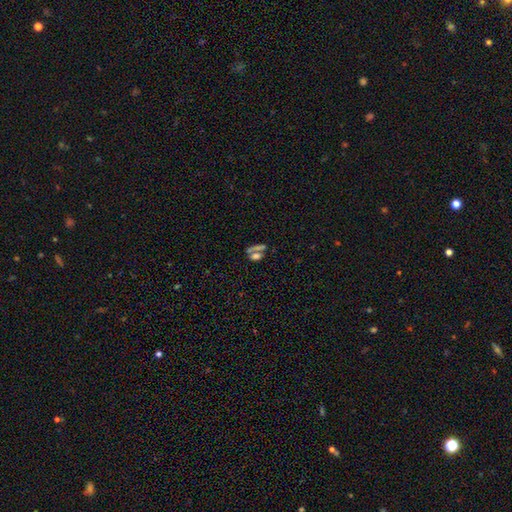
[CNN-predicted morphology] Smooth or featured: star or artifact — 54% (smooth — 28%)